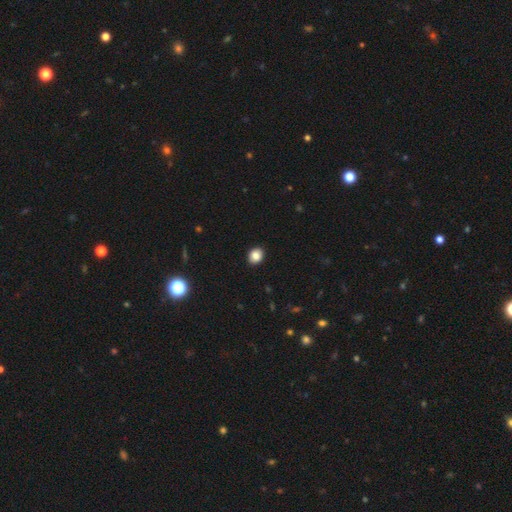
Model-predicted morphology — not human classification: A smooth galaxy with no disk features (86%) that is round (62%). Merging: none (91%).